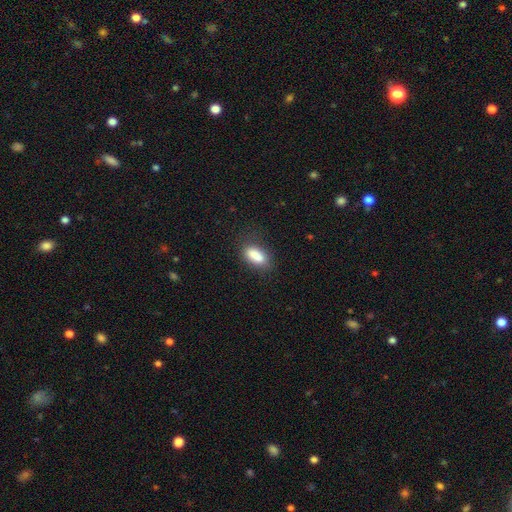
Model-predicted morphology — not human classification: smooth-or-featured: smooth: 85% | star or artifact: 8% | featured or disk: 7%
  how-rounded: in between: 78% | cigar-shaped: 18% | round: 4%
  merging: none: 77% | minor disturbance: 16% | major disturbance: 5% | merger: 2%